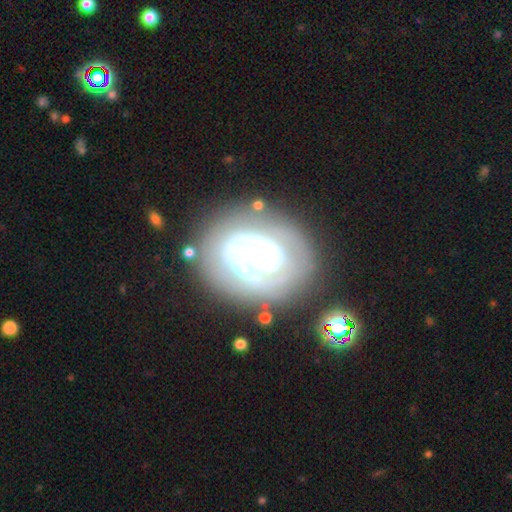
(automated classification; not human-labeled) smooth_or_featured: featured or disk (p=0.77) [alt: smooth p=0.14]
disk_edge_on: no (p=0.97) [alt: yes p=0.03]
bar: no (p=0.49) [alt: weak p=0.27]
has_spiral_arms: yes (p=0.83) [alt: no p=0.17]
spiral_winding: tight (p=0.67) [alt: medium p=0.24]
spiral_arm_count: can't tell (p=0.30) [alt: 2 p=0.25]
bulge_size: large (p=0.42) [alt: moderate p=0.22]
merging: none (p=0.63) [alt: minor disturbance p=0.19]